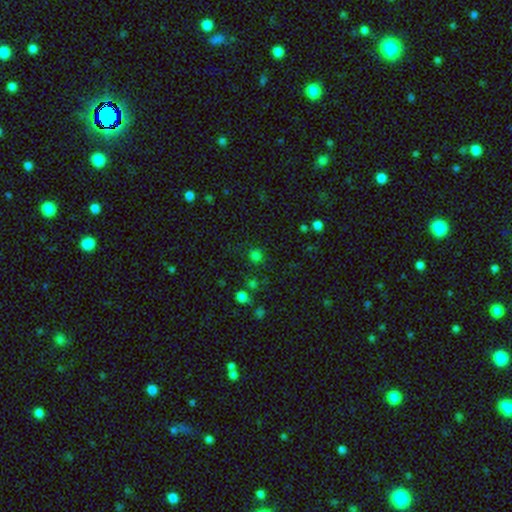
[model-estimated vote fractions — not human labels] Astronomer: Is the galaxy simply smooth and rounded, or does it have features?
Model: smooth — 71%.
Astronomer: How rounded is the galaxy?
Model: round — 89%.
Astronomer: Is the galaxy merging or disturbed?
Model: none — 78%.